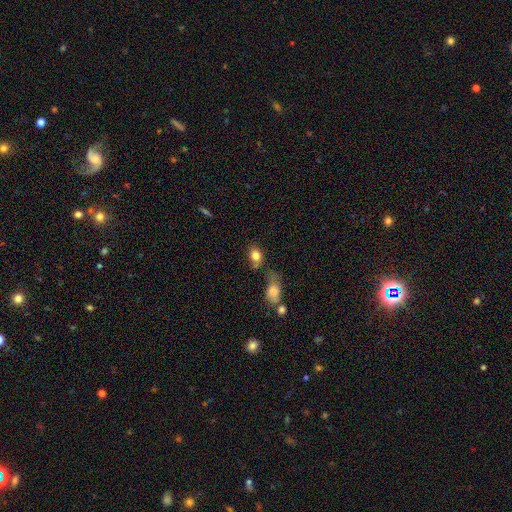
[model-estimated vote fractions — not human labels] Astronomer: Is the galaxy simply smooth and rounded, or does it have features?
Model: smooth — 81%.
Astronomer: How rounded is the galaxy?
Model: in between — 60% (runner-up: round, 38%).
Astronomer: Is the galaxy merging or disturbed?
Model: none — 48%.